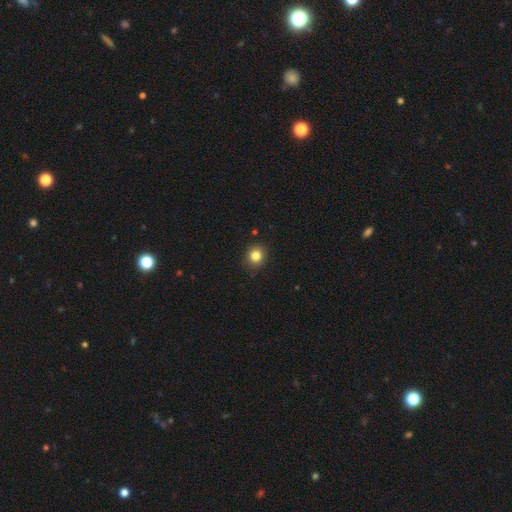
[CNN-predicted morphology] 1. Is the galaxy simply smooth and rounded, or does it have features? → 83% smooth, 12% star or artifact, 6% featured or disk.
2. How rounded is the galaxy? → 85% round, 14% in between, 1% cigar-shaped.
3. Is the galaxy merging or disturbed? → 88% none, 9% minor disturbance, 2% major disturbance, 1% merger.